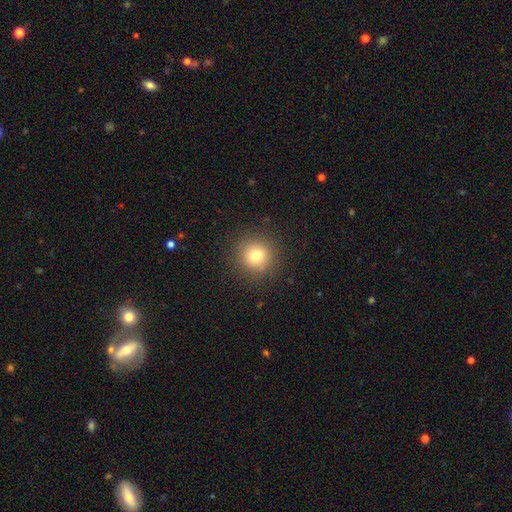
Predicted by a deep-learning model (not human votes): Q: Smooth or featured?
A: smooth (77%); runner-up: star or artifact (14%)
Q: How rounded?
A: round (93%); runner-up: in between (6%)
Q: Merging?
A: none (88%); runner-up: minor disturbance (7%)